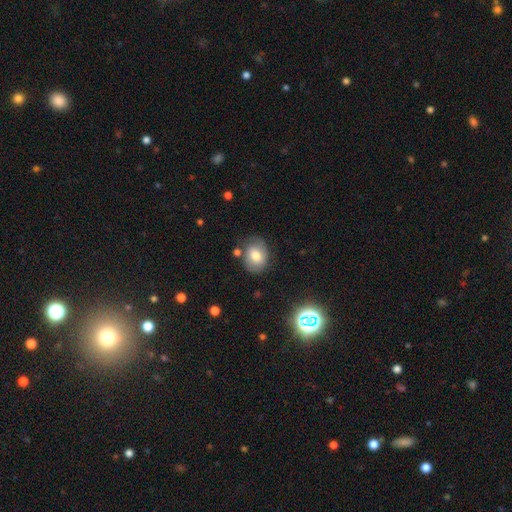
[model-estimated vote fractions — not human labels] smooth_or_featured: smooth (p=0.64) [alt: featured or disk p=0.26]
how_rounded: in between (p=0.52) [alt: round p=0.47]
merging: none (p=0.68) [alt: minor disturbance p=0.21]